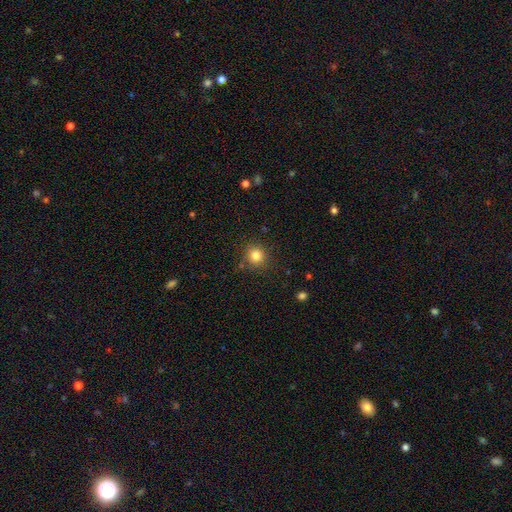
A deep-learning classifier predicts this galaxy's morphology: Smooth or featured: smooth — 82% (star or artifact — 12%)
How rounded: round — 92% (in between — 7%)
Merging: none — 86% (minor disturbance — 8%)